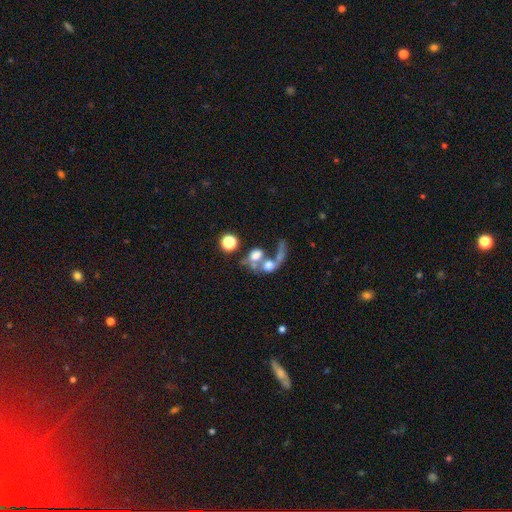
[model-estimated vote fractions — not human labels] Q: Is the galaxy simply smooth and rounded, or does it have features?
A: smooth — 48%.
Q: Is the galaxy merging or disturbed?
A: merger — 59%.